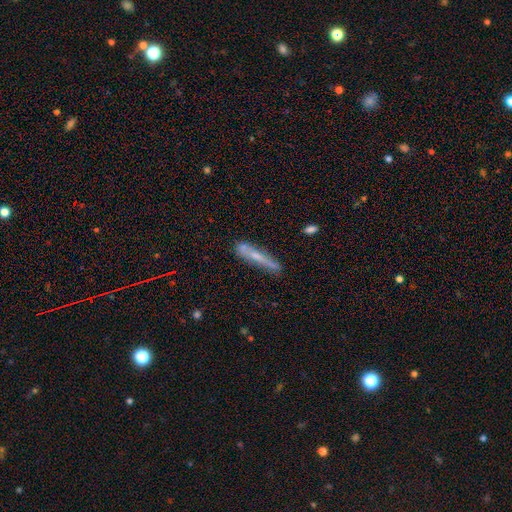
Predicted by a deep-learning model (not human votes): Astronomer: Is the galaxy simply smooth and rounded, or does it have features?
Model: smooth — 46%, tied with featured or disk at 46%.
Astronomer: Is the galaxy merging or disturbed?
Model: none — 70%.